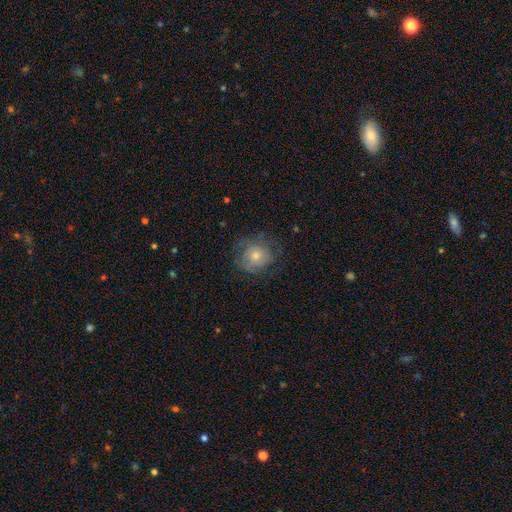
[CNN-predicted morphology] A smooth galaxy with no disk features (47%). Merging: none (68%).